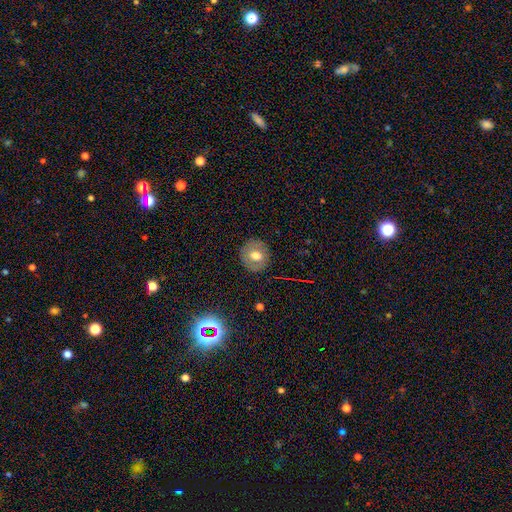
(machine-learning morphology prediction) Smooth or featured? Predicted: smooth (p=0.63). How rounded? Predicted: round (p=0.85). Merging? Predicted: none (p=0.88).